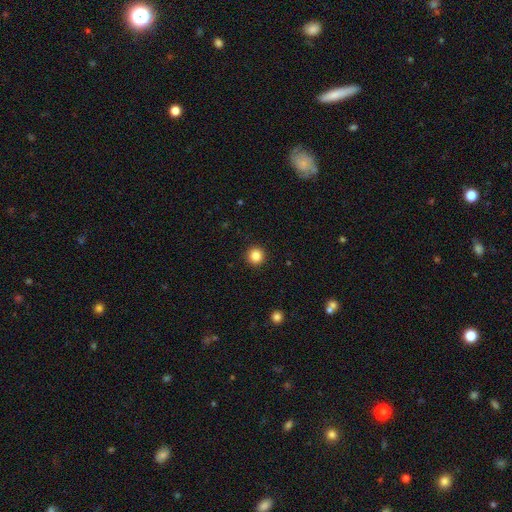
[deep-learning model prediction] Smooth or featured? Predicted: smooth (p=0.85). How rounded? Predicted: round (p=0.95). Merging? Predicted: none (p=0.93).